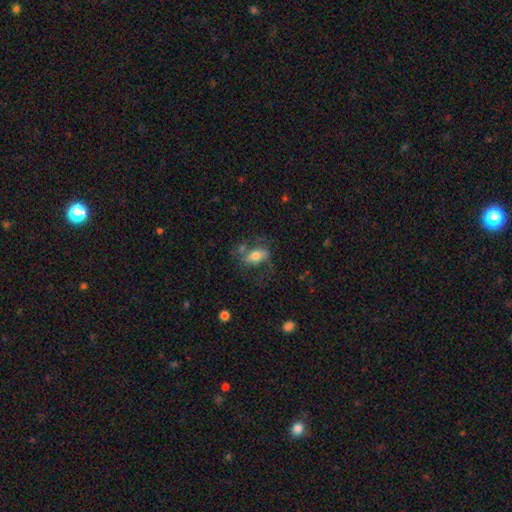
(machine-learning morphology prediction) type=smooth (50%); merging=none (48%).